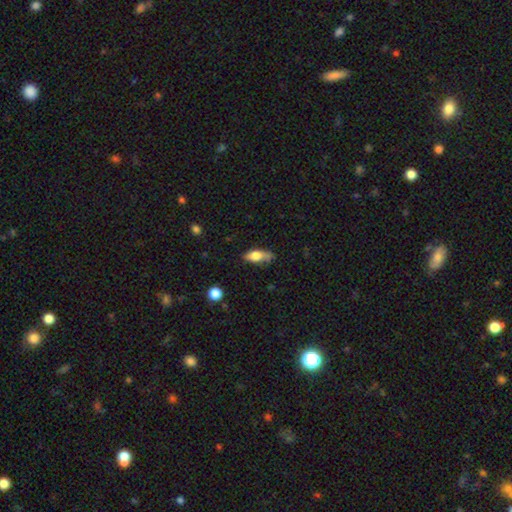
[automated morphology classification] A smooth galaxy with no disk features (71%) that is in between round and cigar-shaped (75%). Merging: none (52%).